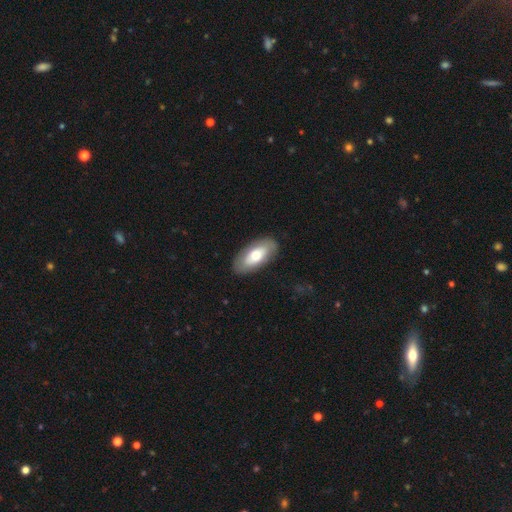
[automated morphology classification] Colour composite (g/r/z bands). It shows a smooth galaxy with no disk features (62%) that is in between round and cigar-shaped (89%). Merging: none (86%).